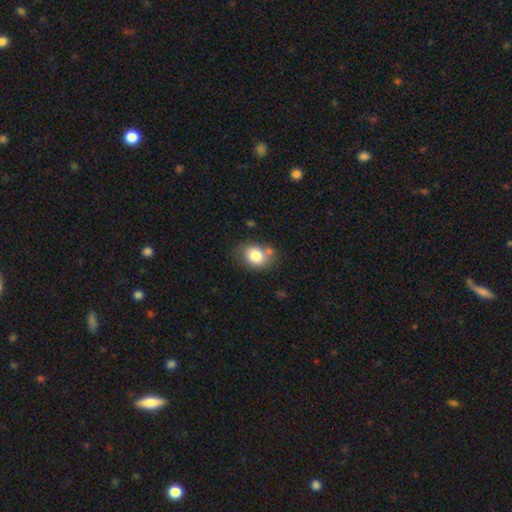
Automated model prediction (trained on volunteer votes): Overall: smooth (81%). How rounded: in between (59%; round 40%). Merging: none (66%).